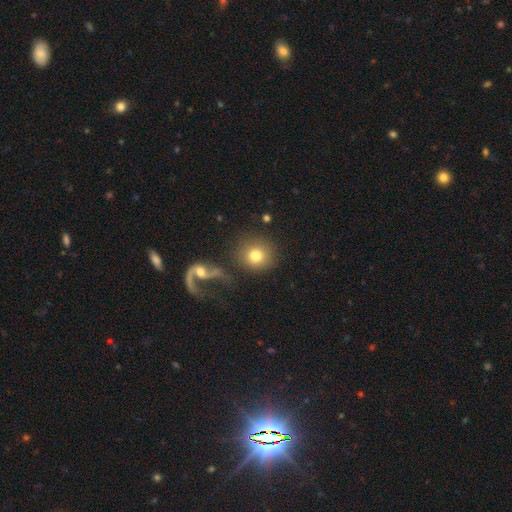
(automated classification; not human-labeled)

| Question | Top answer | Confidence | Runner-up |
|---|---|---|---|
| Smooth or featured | smooth | 77% | featured or disk (15%) |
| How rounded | round | 90% | in between (9%) |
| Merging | none | 70% | merger (12%) |